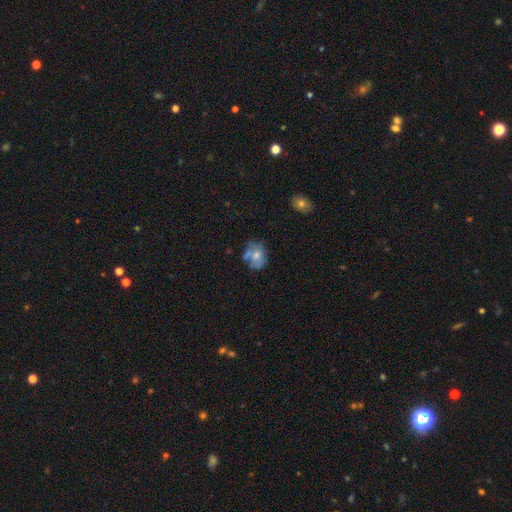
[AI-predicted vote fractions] Smooth or featured? smooth (56%)
How rounded? in between (55%)
Merging? none (44%)